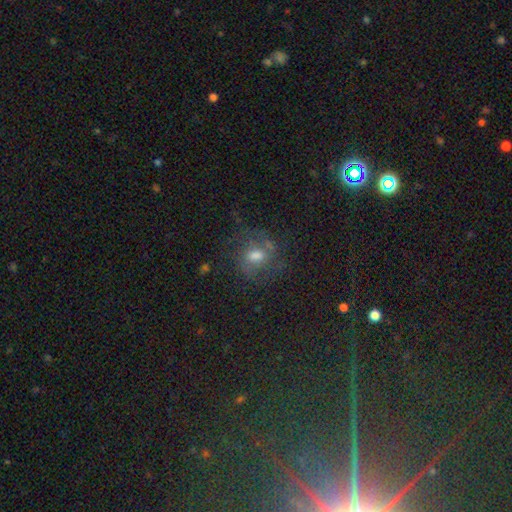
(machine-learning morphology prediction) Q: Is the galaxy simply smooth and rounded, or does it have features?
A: featured or disk — 41%.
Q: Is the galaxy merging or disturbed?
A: none — 62%.